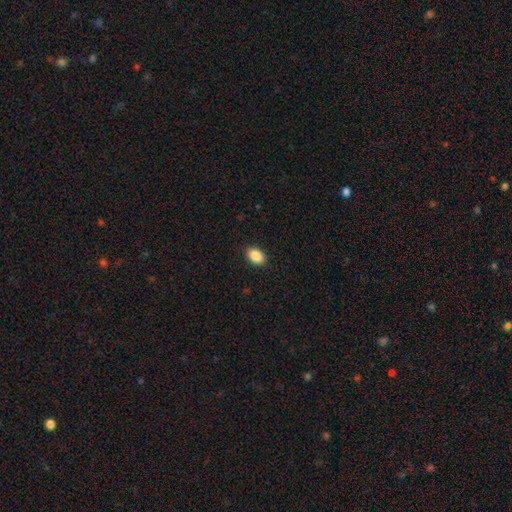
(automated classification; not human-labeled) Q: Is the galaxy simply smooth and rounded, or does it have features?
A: smooth — 89%.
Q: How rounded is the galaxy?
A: in between — 83%.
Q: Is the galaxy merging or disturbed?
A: none — 90%.